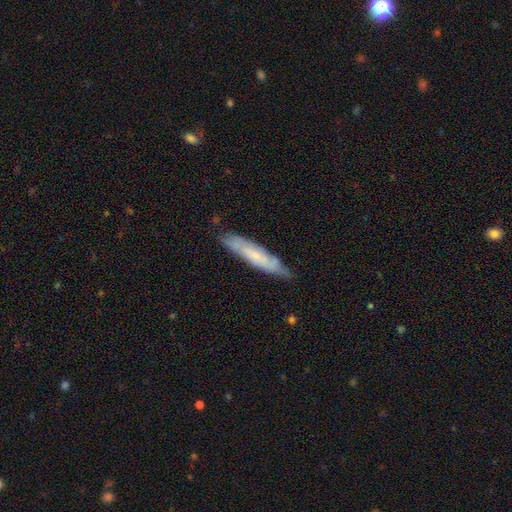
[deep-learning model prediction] Overall: featured or disk (51%; smooth 42%). Edge-on disk: yes (52%; no 48%). Merging: none (78%).